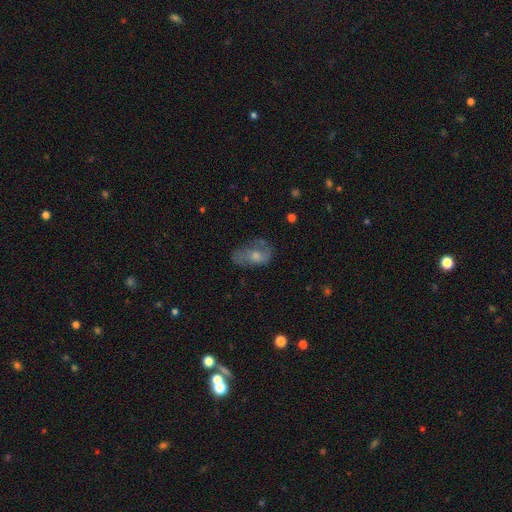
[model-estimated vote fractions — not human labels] Smooth or featured: featured or disk — 49% (smooth — 39%)
Merging: none — 55% (minor disturbance — 26%)